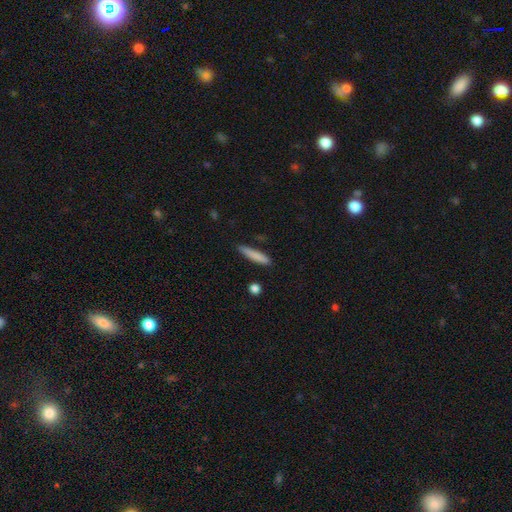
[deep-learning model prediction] This appears to be a smooth galaxy with no disk features (81%) that is cigar-shaped (89%). Merging: none (82%).